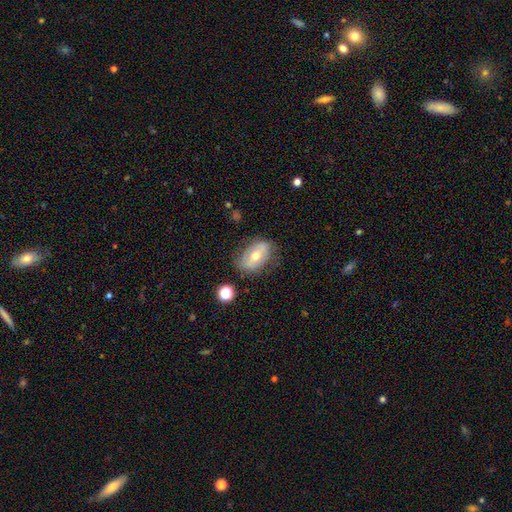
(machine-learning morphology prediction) A featured or disk galaxy (51%).

Vote fractions:
- Smooth or featured? featured or disk: 51% / smooth: 41% / star or artifact: 8%
- Edge-on disk? no: 91% / yes: 9%
- Merging? none: 69% / minor disturbance: 22% / major disturbance: 8% / merger: 2%